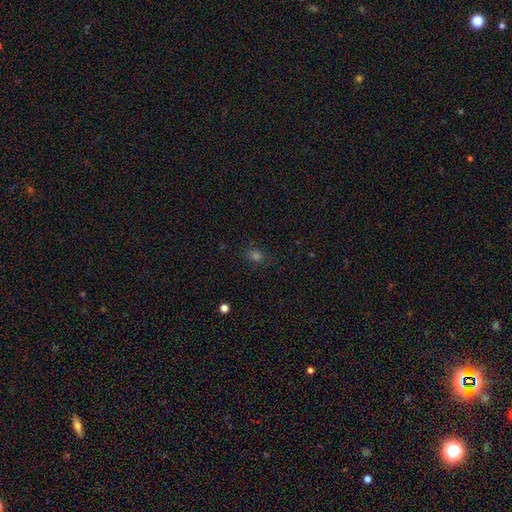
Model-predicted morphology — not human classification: This appears to be a smooth galaxy with no disk features (69%) that is in between round and cigar-shaped (50%). Merging: none (84%).